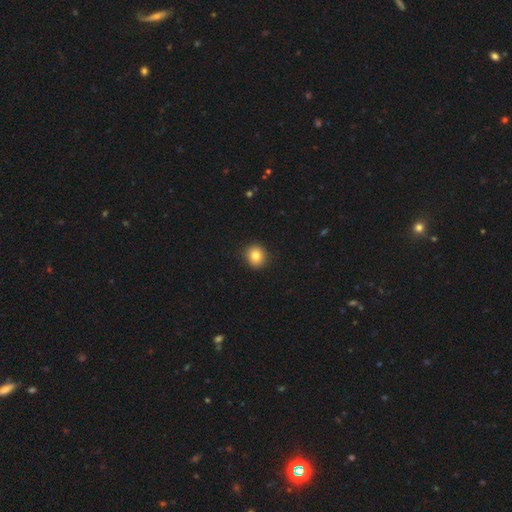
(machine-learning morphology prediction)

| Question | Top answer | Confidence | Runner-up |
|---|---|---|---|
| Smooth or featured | smooth | 82% | star or artifact (10%) |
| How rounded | round | 85% | in between (14%) |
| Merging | none | 91% | minor disturbance (6%) |